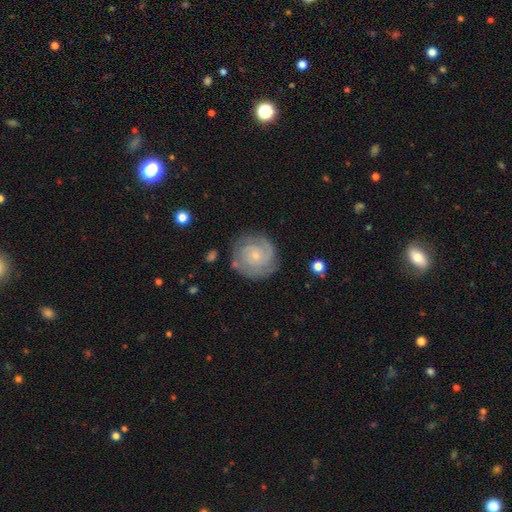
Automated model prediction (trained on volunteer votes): This appears to be a featured or disk galaxy (81%) with no bar (77%), 2 (48%) tight (69%) spiral arms (95%) and a small central bulge (80%). Merging: none (80%).